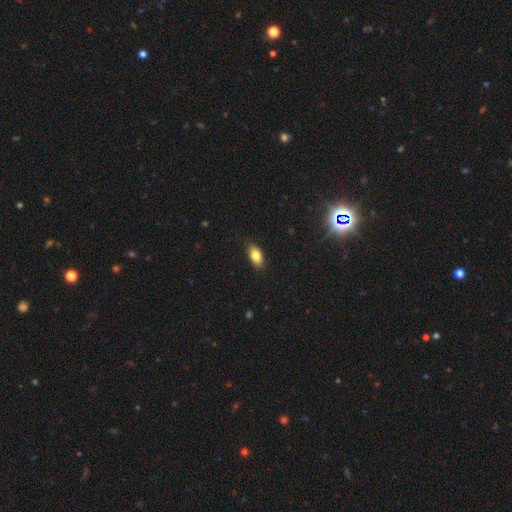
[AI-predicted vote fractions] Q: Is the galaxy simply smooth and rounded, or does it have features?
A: smooth — 81%.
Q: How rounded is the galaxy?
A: in between — 90%.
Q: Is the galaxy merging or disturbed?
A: none — 88%.